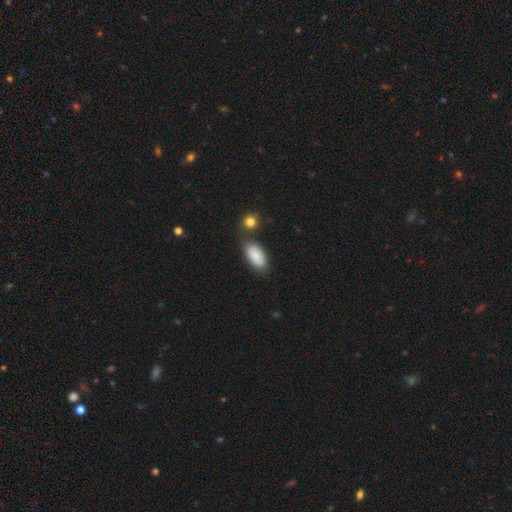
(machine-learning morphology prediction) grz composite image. It shows a smooth galaxy with no disk features (85%) that is in between round and cigar-shaped (93%). Merging: none (70%).